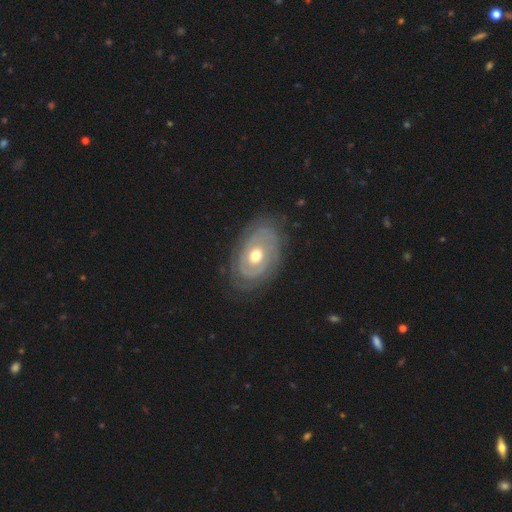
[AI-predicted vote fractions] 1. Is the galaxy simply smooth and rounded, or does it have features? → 81% featured or disk, 13% smooth, 6% star or artifact.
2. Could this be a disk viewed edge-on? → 96% no, 4% yes.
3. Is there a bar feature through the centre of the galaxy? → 77% no, 17% weak, 6% strong.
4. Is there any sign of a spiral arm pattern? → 82% yes, 18% no.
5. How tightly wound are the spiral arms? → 77% tight, 17% medium, 6% loose.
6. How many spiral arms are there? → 36% can't tell, 35% 2, 12% 3, 6% 1, 6% 4, 5% more than 4.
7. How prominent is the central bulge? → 77% moderate, 14% small, 7% large, 1% dominant, 1% none.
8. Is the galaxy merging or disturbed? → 79% none, 15% minor disturbance, 5% major disturbance, 1% merger.